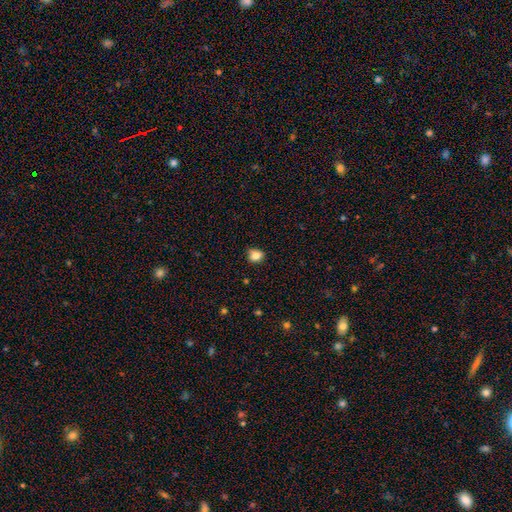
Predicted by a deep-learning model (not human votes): Smooth or featured? Predicted: smooth (p=0.83). How rounded? Predicted: round (p=0.61). Merging? Predicted: none (p=0.77).